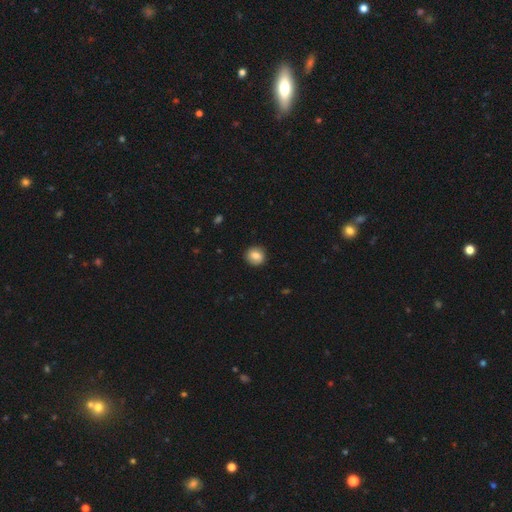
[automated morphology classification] smooth_or_featured: smooth (p=0.79) [alt: featured or disk p=0.13]
how_rounded: round (p=0.86) [alt: in between p=0.13]
merging: none (p=0.90) [alt: minor disturbance p=0.07]